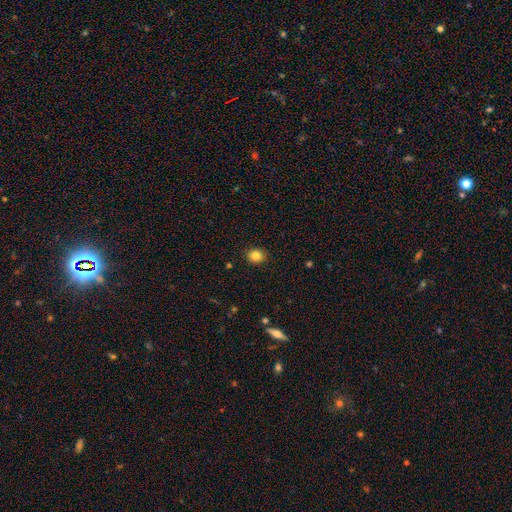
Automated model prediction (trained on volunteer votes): The model was most divided on "how rounded": round: 66%, in between: 33%, cigar-shaped: 1%. More confident: merging — none (90%); smooth or featured — smooth (85%).